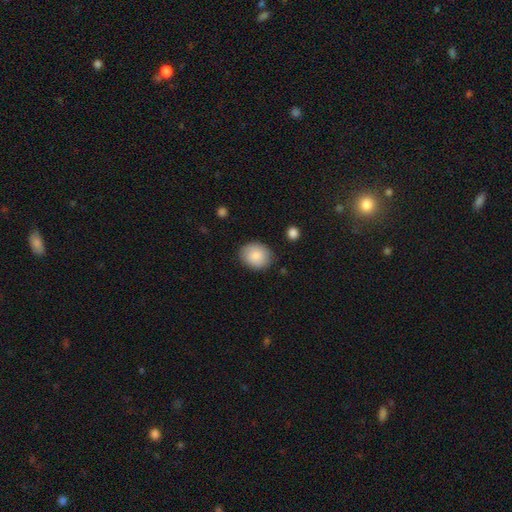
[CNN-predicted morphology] Overall: smooth (86%). How rounded: round (57%; in between 42%). Merging: none (82%).